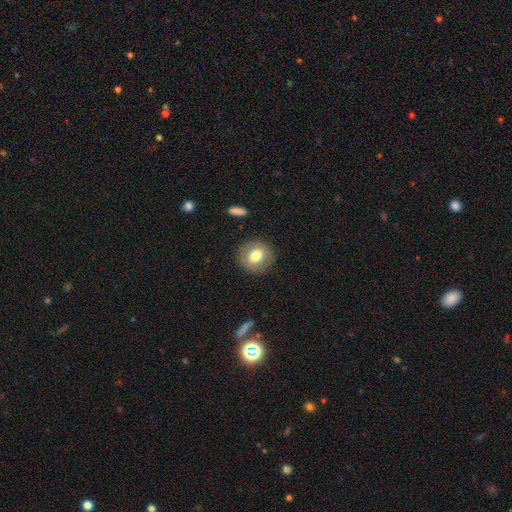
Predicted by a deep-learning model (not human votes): Smooth or featured: smooth — 72% (featured or disk — 20%)
How rounded: round — 85% (in between — 14%)
Merging: none — 88% (minor disturbance — 8%)